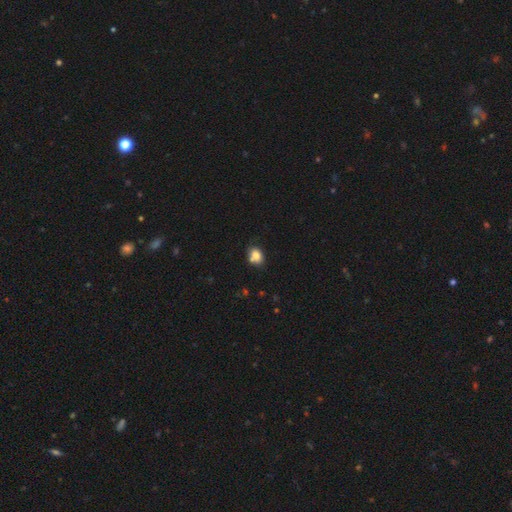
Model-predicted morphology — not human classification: A smooth galaxy with no disk features (79%) that is in between round and cigar-shaped (58%). Merging: none (57%).